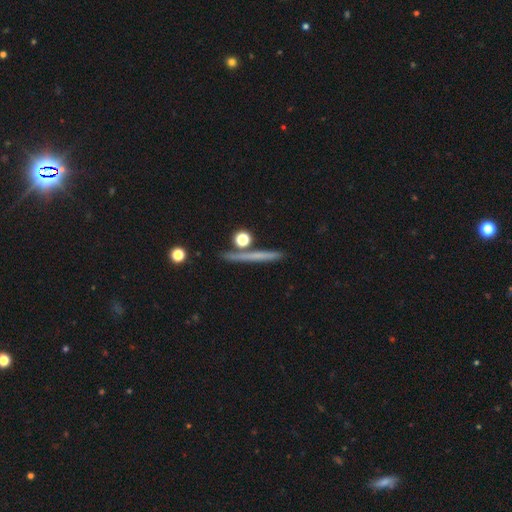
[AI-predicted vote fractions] Smooth or featured? smooth (49%)
Merging? none (81%)